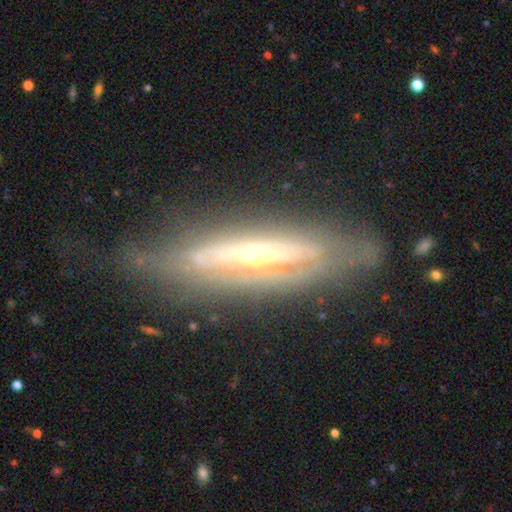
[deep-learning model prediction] smooth-or-featured: featured or disk: 81% | smooth: 13% | star or artifact: 6%
  disk-edge-on: yes: 59% | no: 41%
  merging: none: 63% | minor disturbance: 24% | major disturbance: 11% | merger: 2%